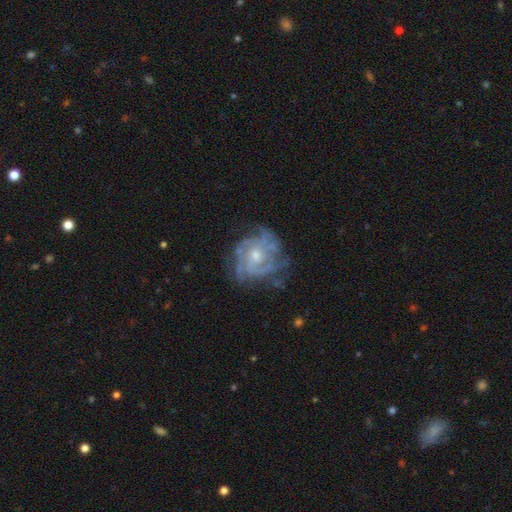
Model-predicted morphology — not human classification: smooth_or_featured: featured or disk (p=0.84) [alt: smooth p=0.08]
disk_edge_on: no (p=0.98) [alt: yes p=0.02]
bar: no (p=0.72) [alt: weak p=0.24]
has_spiral_arms: yes (p=0.92) [alt: no p=0.08]
spiral_winding: tight (p=0.58) [alt: medium p=0.33]
spiral_arm_count: can't tell (p=0.34) [alt: 4 p=0.20]
bulge_size: moderate (p=0.49) [alt: small p=0.46]
merging: none (p=0.68) [alt: minor disturbance p=0.20]